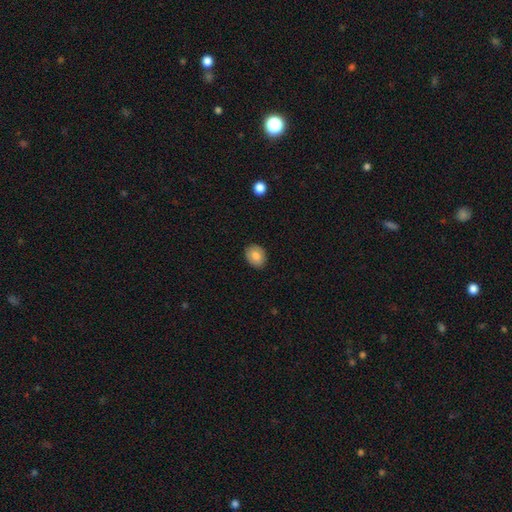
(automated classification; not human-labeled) Smooth or featured: smooth — 80% (featured or disk — 13%)
How rounded: round — 50% (in between — 49%)
Merging: none — 89% (minor disturbance — 8%)